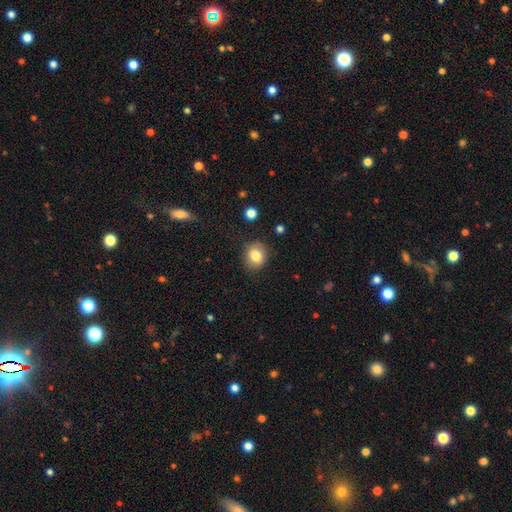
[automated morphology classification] This is clearly a smooth galaxy (82%). How rounded: likely round (63%). Merging: clearly none (84%).